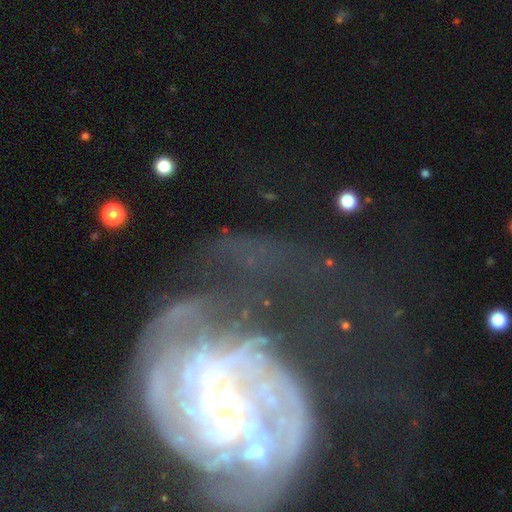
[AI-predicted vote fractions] A featured or disk galaxy (75%) with no bar (64%), tight (51%) spiral arms (81%) and a small central bulge (75%).

Vote fractions:
- Smooth or featured? featured or disk: 75% / star or artifact: 14% / smooth: 11%
- Edge-on disk? no: 96% / yes: 4%
- Bar? no: 64% / weak: 24% / strong: 12%
- Spiral arms? yes: 81% / no: 19%
- Spiral winding? tight: 51% / medium: 32% / loose: 17%
- Spiral arm count? can't tell: 37% / 2: 22% / 3: 13% / 4: 10% / more than 4: 9% / 1: 9%
- Bulge size? small: 75% / moderate: 16% / none: 5% / large: 2% / dominant: 2%
- Merging? none: 41% / major disturbance: 35% / minor disturbance: 17% / merger: 8%